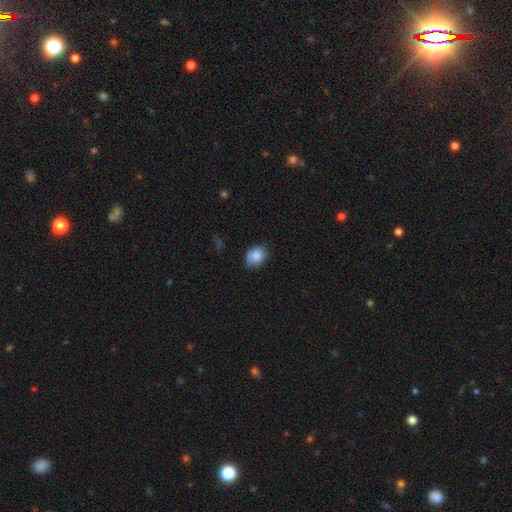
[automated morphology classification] type=smooth (84%); roundness=in between (60%); merging=none (78%).